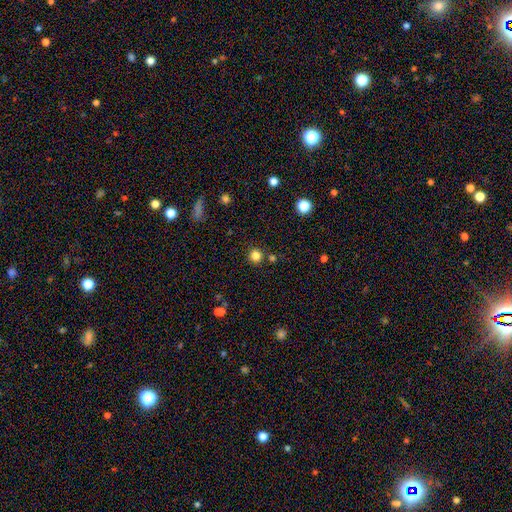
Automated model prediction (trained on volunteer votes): Smooth or featured?
  - smooth: 81% *
  - star or artifact: 14%
  - featured or disk: 4%
How rounded?
  - round: 94% *
  - in between: 5%
  - cigar-shaped: 1%
Merging?
  - none: 87% *
  - minor disturbance: 6%
  - merger: 5%
  - major disturbance: 2%